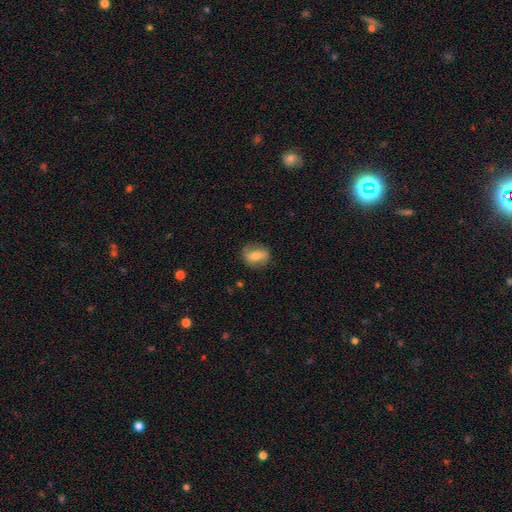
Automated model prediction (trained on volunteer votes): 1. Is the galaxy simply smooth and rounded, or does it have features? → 58% smooth, 34% featured or disk, 8% star or artifact.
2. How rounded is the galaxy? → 67% in between, 29% round, 4% cigar-shaped.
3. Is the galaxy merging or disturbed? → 77% none, 16% minor disturbance, 5% major disturbance, 1% merger.